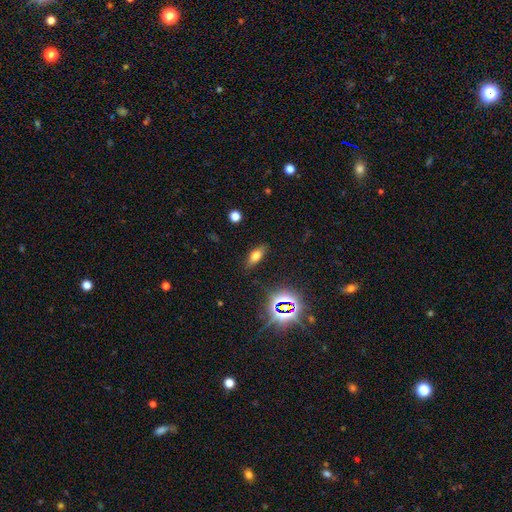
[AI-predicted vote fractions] smooth_or_featured: smooth (p=0.59) [alt: featured or disk p=0.22]
how_rounded: in between (p=0.71) [alt: cigar-shaped p=0.23]
merging: none (p=0.85) [alt: minor disturbance p=0.11]